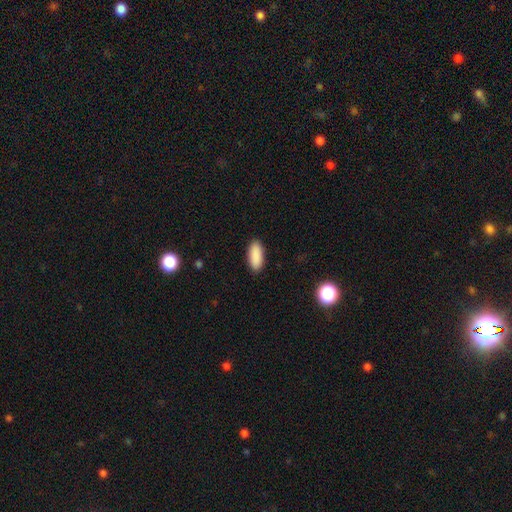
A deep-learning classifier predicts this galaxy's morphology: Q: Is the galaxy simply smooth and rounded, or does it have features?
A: smooth — 91%.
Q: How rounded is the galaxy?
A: in between — 85%.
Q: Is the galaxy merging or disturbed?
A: none — 90%.